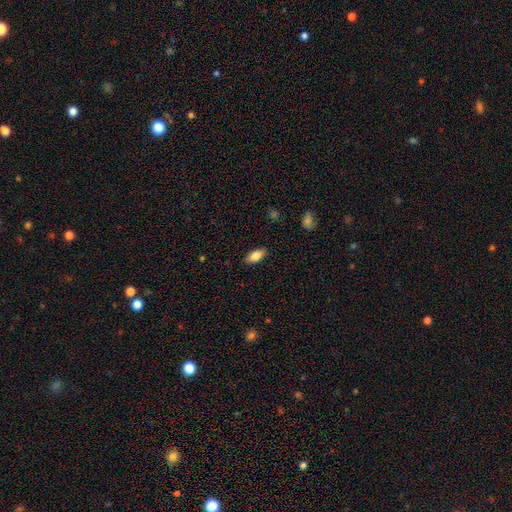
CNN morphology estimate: Overall: smooth (80%). How rounded: in between (87%). Merging: none (88%).